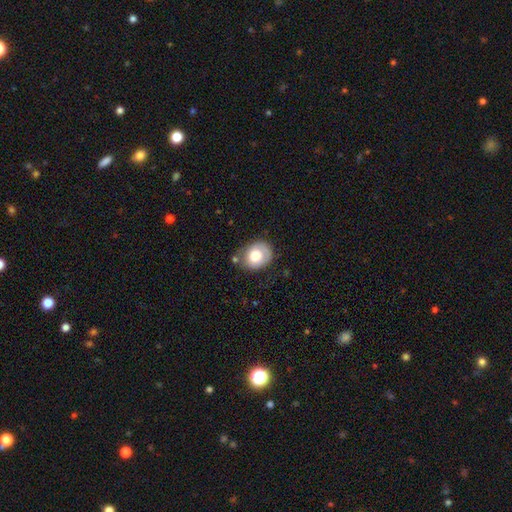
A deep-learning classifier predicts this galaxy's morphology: smooth 71%, featured or disk 22%, star or artifact 8%. Down the decision tree: how rounded — round (53%); merging — none (64%).